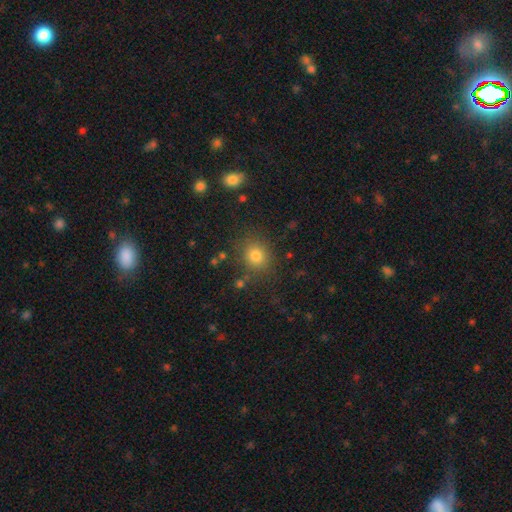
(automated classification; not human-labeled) A smooth galaxy with no disk features (79%) that is round (79%).

Vote fractions:
- Smooth or featured? smooth: 79% / star or artifact: 14% / featured or disk: 7%
- How rounded? round: 79% / in between: 20% / cigar-shaped: 1%
- Merging? none: 82% / minor disturbance: 10% / major disturbance: 4% / merger: 4%